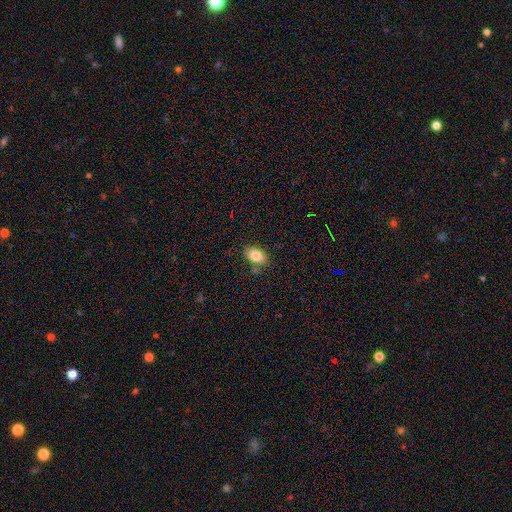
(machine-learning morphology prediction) type=smooth (83%); roundness=in between (84%); merging=none (77%).